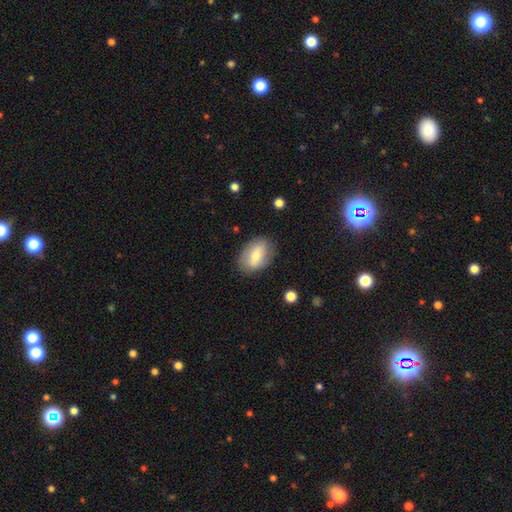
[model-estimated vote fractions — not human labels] A smooth galaxy with no disk features (62%) that is in between round and cigar-shaped (87%). Merging: none (80%).